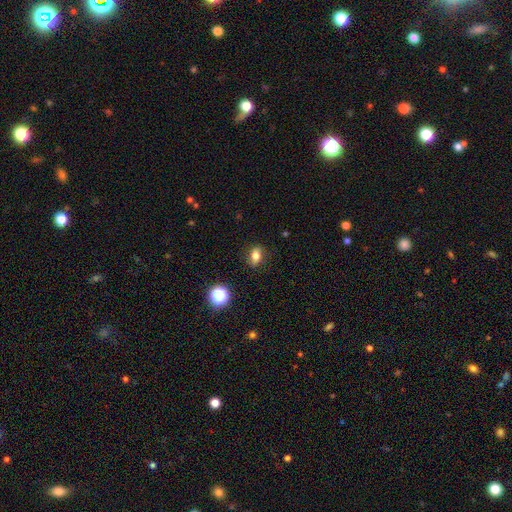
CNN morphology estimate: smooth 74%, featured or disk 14%, star or artifact 12%. Down the decision tree: how rounded — in between (74%); merging — none (85%).